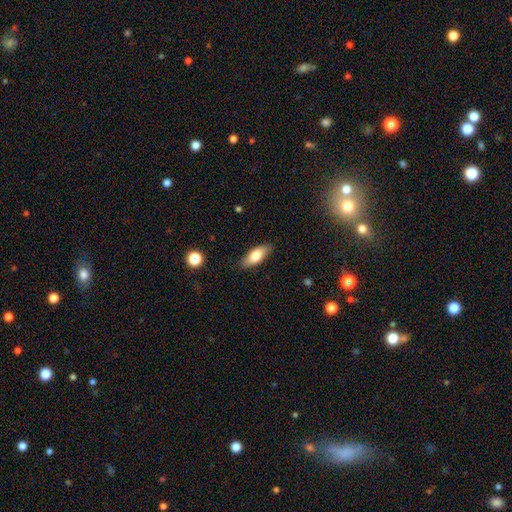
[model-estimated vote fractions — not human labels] smooth_or_featured: smooth (p=0.75) [alt: featured or disk p=0.18]
how_rounded: in between (p=0.78) [alt: cigar-shaped p=0.19]
merging: none (p=0.85) [alt: minor disturbance p=0.11]